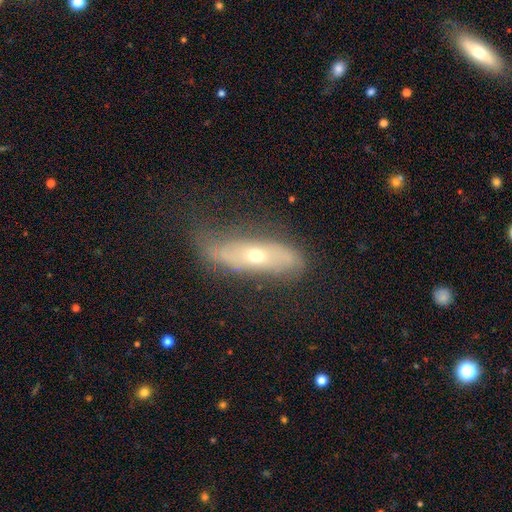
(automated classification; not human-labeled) smooth-or-featured: featured or disk: 48% | smooth: 43% | star or artifact: 9%
  merging: none: 51% | minor disturbance: 28% | major disturbance: 18% | merger: 2%